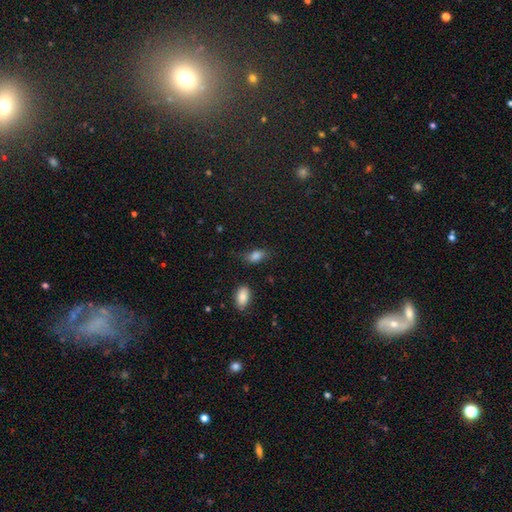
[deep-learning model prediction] Q: Smooth or featured?
A: smooth (81%); runner-up: star or artifact (10%)
Q: How rounded?
A: in between (87%); runner-up: round (7%)
Q: Merging?
A: none (60%); runner-up: minor disturbance (27%)